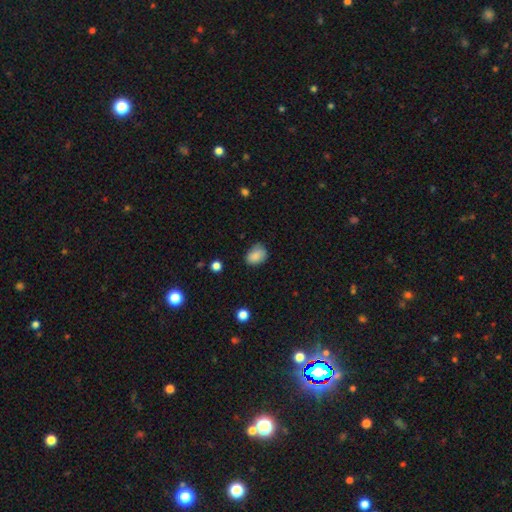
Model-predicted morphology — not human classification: Overall: smooth (85%). How rounded: in between (70%). Merging: none (68%).